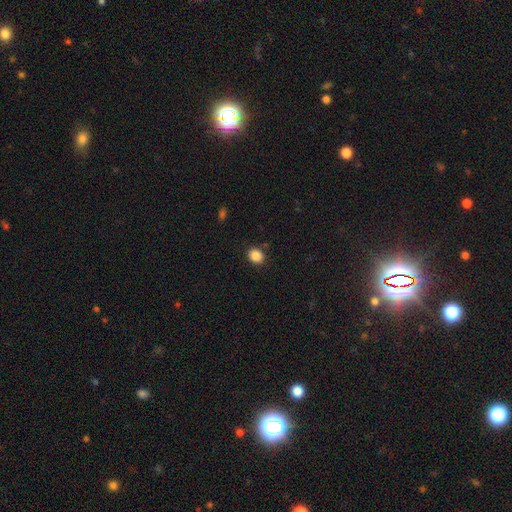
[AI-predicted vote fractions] smooth-or-featured: smooth: 87% | star or artifact: 10% | featured or disk: 3%
  how-rounded: round: 67% | in between: 32% | cigar-shaped: 1%
  merging: none: 86% | minor disturbance: 9% | major disturbance: 3% | merger: 3%